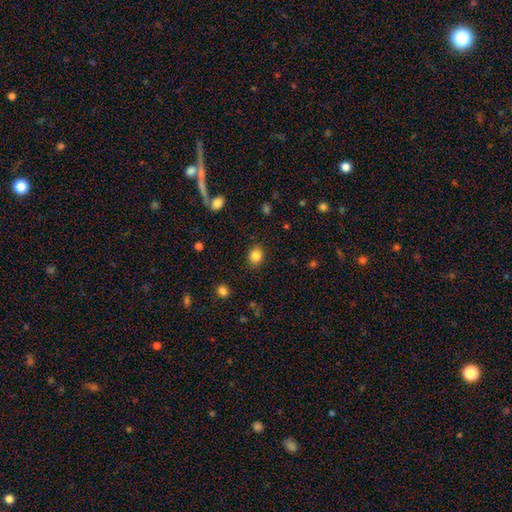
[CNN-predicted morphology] Smooth or featured? smooth (84%)
How rounded? round (67%)
Merging? none (87%)